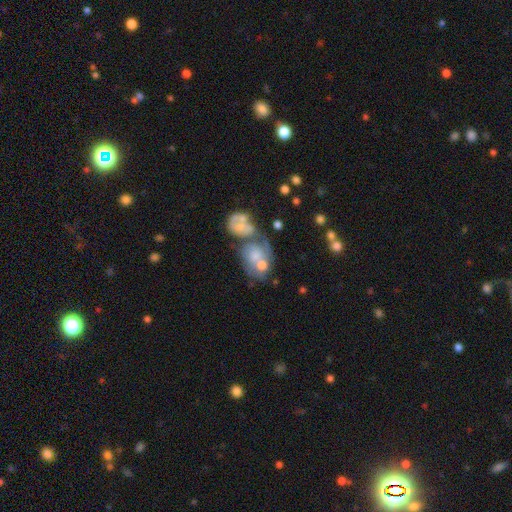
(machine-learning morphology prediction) Smooth or featured? smooth (45%, tied with featured or disk)
Merging? merger (59%)